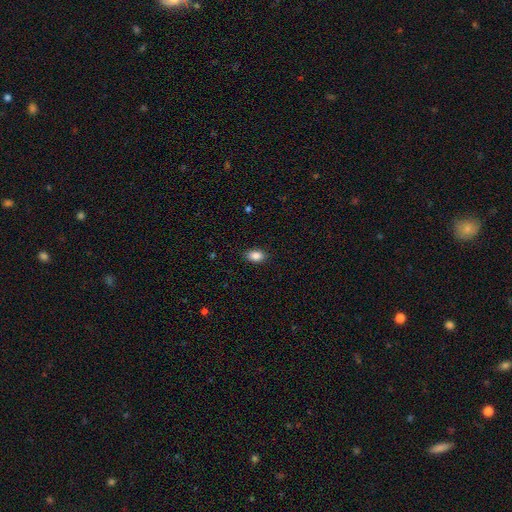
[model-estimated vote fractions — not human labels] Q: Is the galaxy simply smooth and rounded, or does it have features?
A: smooth — 87%.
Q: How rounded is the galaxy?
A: in between — 88%.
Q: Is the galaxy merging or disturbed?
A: none — 88%.